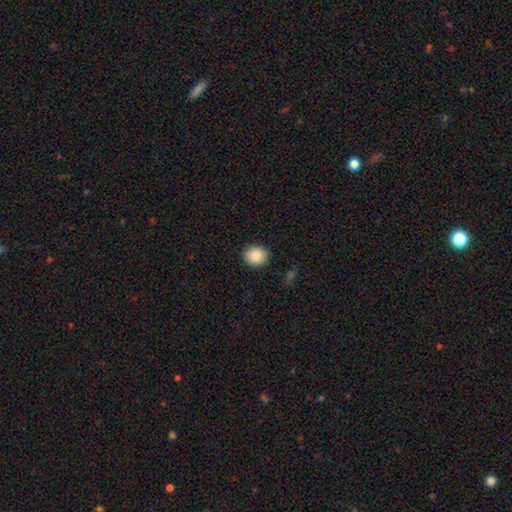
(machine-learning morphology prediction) Smooth or featured: smooth — 85% (star or artifact — 8%)
How rounded: round — 70% (in between — 29%)
Merging: none — 90% (minor disturbance — 7%)